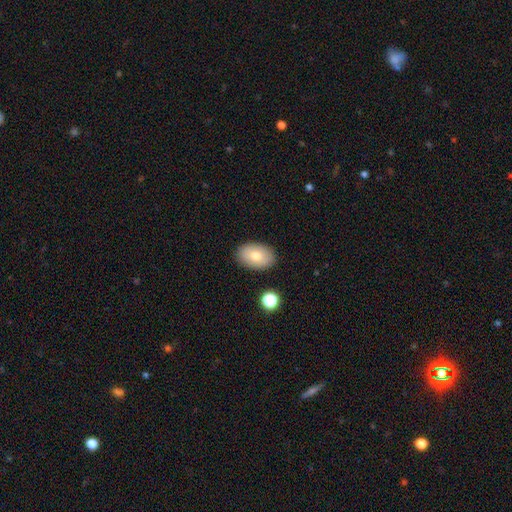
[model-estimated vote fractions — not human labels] smooth-or-featured: smooth: 73% | featured or disk: 19% | star or artifact: 8%
  how-rounded: in between: 85% | round: 14% | cigar-shaped: 1%
  merging: none: 87% | minor disturbance: 9% | major disturbance: 2% | merger: 2%